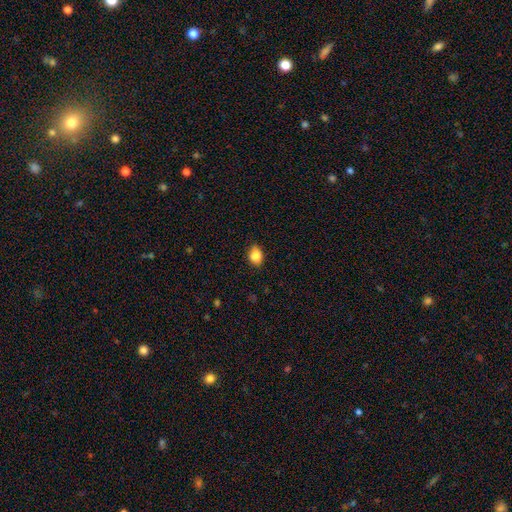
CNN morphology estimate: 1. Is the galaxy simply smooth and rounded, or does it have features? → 84% smooth, 9% star or artifact, 7% featured or disk.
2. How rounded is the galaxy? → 63% in between, 35% round, 2% cigar-shaped.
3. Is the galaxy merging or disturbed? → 75% none, 21% minor disturbance, 3% major disturbance, 1% merger.